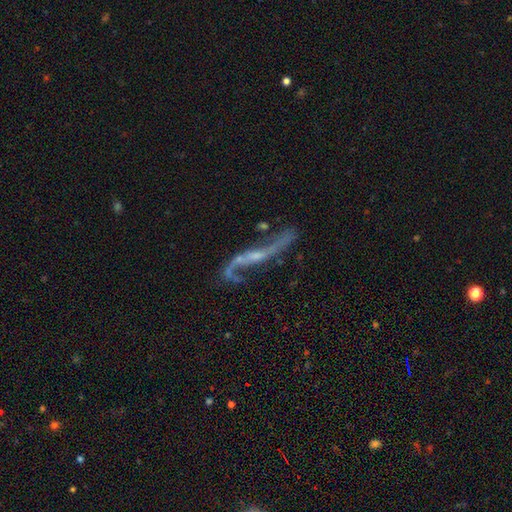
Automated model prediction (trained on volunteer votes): A featured or disk galaxy (87%) with no bar (41%), 2 (91%) loose (89%) spiral arms (93%) and a small central bulge (58%).

Vote fractions:
- Smooth or featured? featured or disk: 87% / star or artifact: 7% / smooth: 6%
- Edge-on disk? no: 73% / yes: 27%
- Bar? no: 41% / weak: 34% / strong: 24%
- Spiral arms? yes: 93% / no: 7%
- Spiral winding? loose: 89% / medium: 8% / tight: 3%
- Spiral arm count? 2: 91% / 1: 4% / can't tell: 2% / 3: 1% / 4: 1% / more than 4: 1%
- Bulge size? small: 58% / moderate: 24% / none: 14% / large: 2% / dominant: 1%
- Merging? none: 57% / minor disturbance: 19% / major disturbance: 16% / merger: 7%